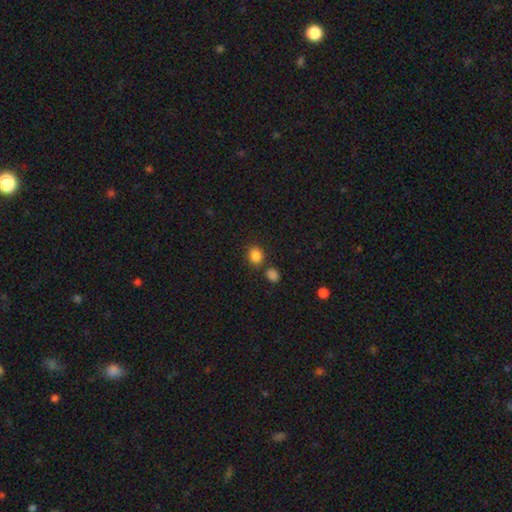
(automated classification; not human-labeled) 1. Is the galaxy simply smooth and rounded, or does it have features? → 85% smooth, 11% star or artifact, 4% featured or disk.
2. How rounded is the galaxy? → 70% round, 29% in between, 1% cigar-shaped.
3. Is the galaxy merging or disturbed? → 72% none, 13% merger, 10% minor disturbance, 4% major disturbance.